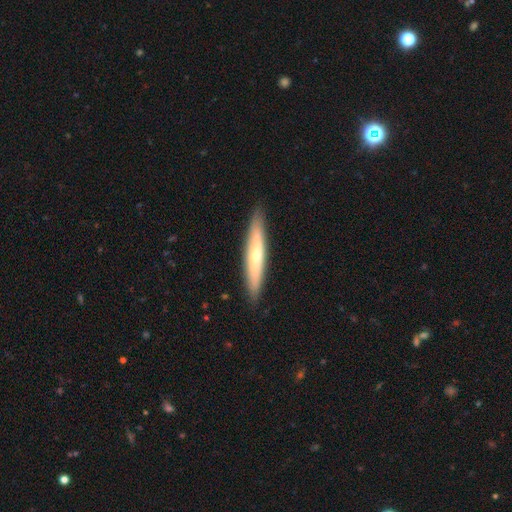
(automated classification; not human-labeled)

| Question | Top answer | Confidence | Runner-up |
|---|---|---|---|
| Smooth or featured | smooth | 48% | featured or disk (47%) |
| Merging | none | 90% | minor disturbance (8%) |